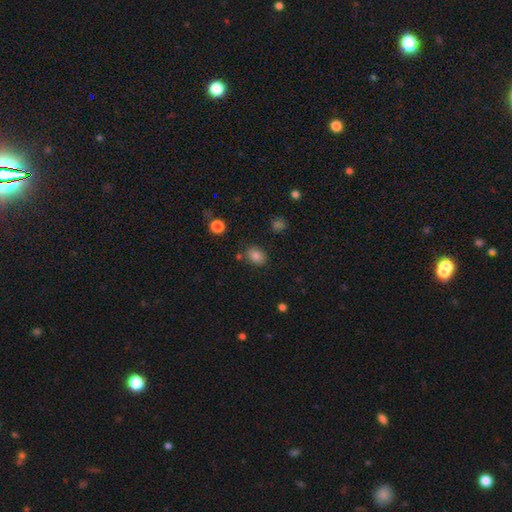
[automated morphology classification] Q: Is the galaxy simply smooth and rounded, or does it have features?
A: smooth — 82%.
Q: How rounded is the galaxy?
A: in between — 65%.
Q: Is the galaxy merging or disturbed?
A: none — 77%.